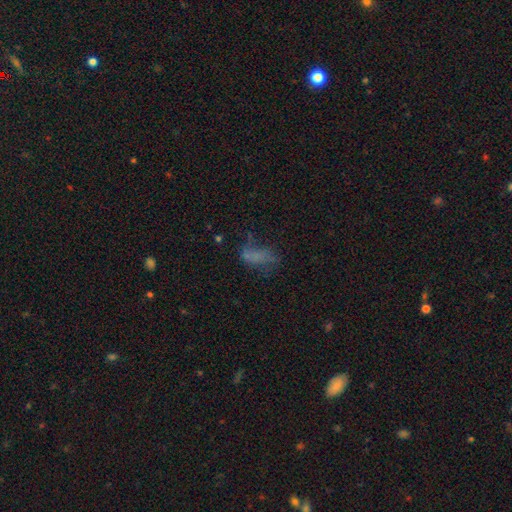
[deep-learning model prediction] This is possibly a smooth galaxy (50%). How rounded: likely in between (79%). Merging: marginally none (37%).